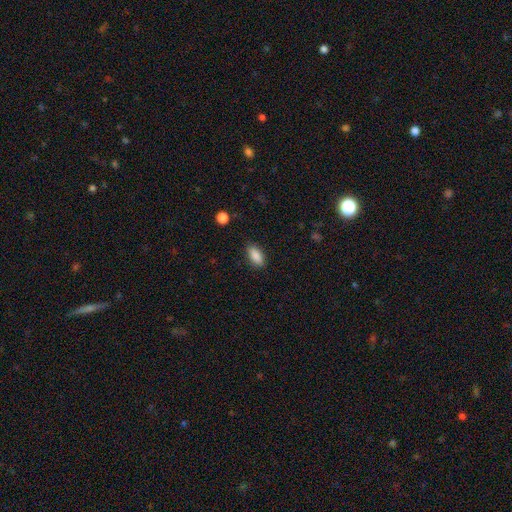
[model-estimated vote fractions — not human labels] A smooth galaxy with no disk features (88%) that is in between round and cigar-shaped (87%). Merging: none (86%).